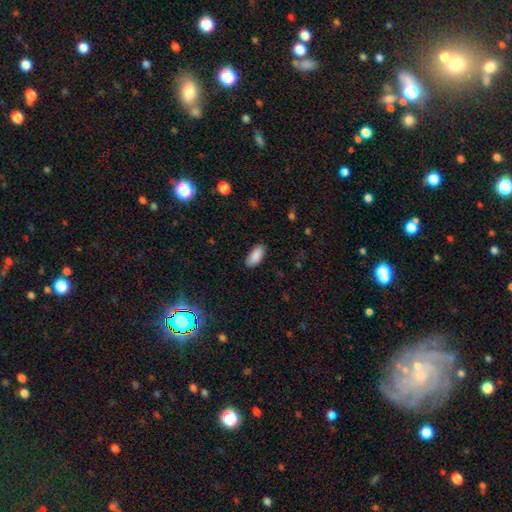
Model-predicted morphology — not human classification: Q: Smooth or featured?
A: smooth (89%); runner-up: star or artifact (7%)
Q: How rounded?
A: in between (92%); runner-up: cigar-shaped (6%)
Q: Merging?
A: none (85%); runner-up: minor disturbance (11%)